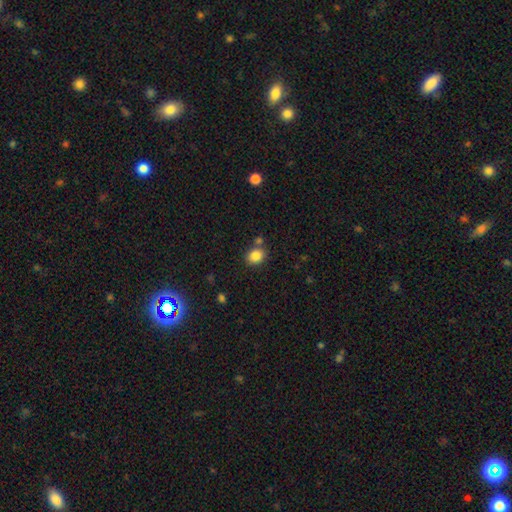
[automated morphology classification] The model was most divided on "how rounded": round: 58%, in between: 41%, cigar-shaped: 1%. More confident: smooth or featured — smooth (85%); merging — none (74%).